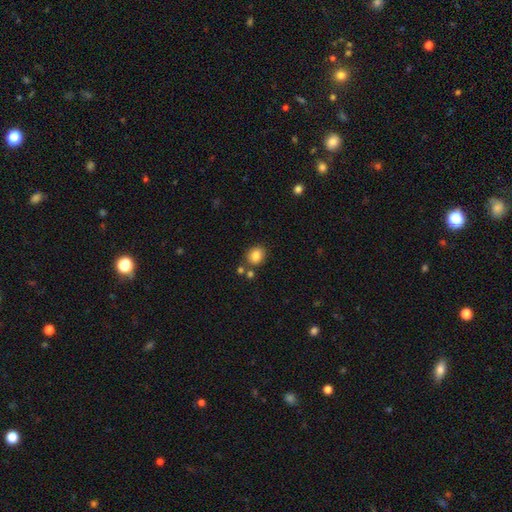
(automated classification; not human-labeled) Q: Smooth or featured?
A: smooth (84%); runner-up: star or artifact (10%)
Q: How rounded?
A: round (62%); runner-up: in between (37%)
Q: Merging?
A: none (77%); runner-up: minor disturbance (11%)